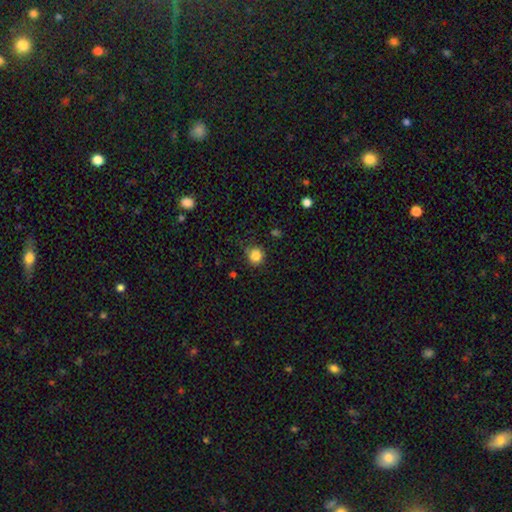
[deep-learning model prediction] This appears to be a smooth galaxy with no disk features (85%) that is round (90%). Merging: none (79%).